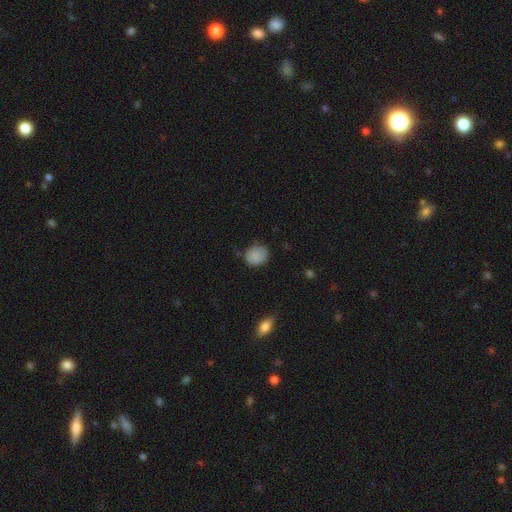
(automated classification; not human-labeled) Overall: smooth (85%). How rounded: round (69%; in between 30%). Merging: none (71%).